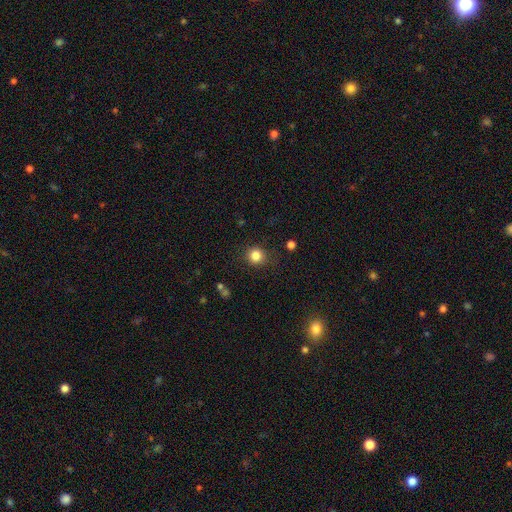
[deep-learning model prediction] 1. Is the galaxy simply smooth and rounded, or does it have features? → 83% smooth, 12% star or artifact, 5% featured or disk.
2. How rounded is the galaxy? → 90% round, 9% in between, 1% cigar-shaped.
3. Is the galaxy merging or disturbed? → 85% none, 10% minor disturbance, 4% major disturbance, 2% merger.